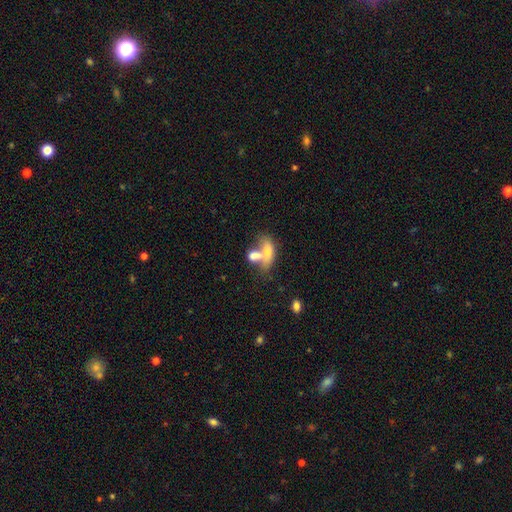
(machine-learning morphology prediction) smooth-or-featured: smooth: 67% | featured or disk: 24% | star or artifact: 9%
  how-rounded: in between: 76% | round: 14% | cigar-shaped: 10%
  merging: merger: 65% | none: 19% | major disturbance: 8% | minor disturbance: 8%